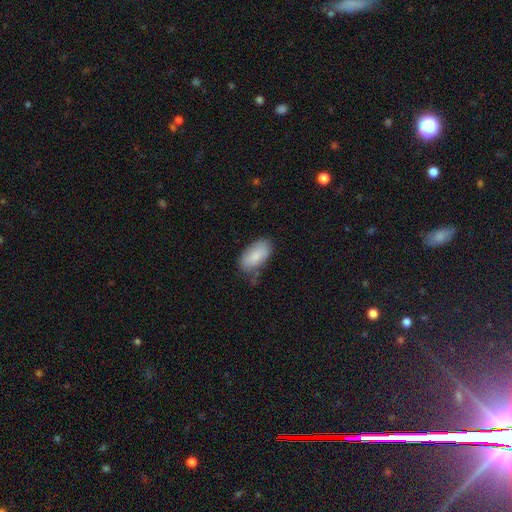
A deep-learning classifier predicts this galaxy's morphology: The model was most divided on "merging": none: 66%, minor disturbance: 25%, major disturbance: 5%, merger: 3%. More confident: how rounded — in between (93%); smooth or featured — smooth (82%).